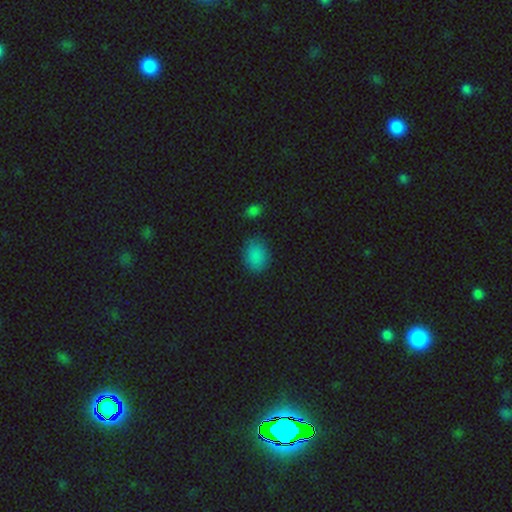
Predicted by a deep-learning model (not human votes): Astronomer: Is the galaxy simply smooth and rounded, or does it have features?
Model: smooth — 85%.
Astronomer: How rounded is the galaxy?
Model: in between — 58% (runner-up: round, 41%).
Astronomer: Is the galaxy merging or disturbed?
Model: none — 81%.